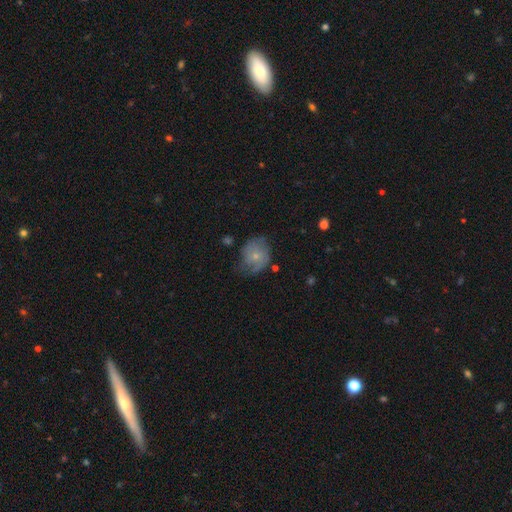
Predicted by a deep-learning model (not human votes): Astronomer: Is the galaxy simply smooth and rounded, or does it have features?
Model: smooth — 51% (runner-up: featured or disk, 41%).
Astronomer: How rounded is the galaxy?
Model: round — 57% (runner-up: in between, 42%).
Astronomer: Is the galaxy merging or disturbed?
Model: none — 43% (runner-up: minor disturbance, 35%).